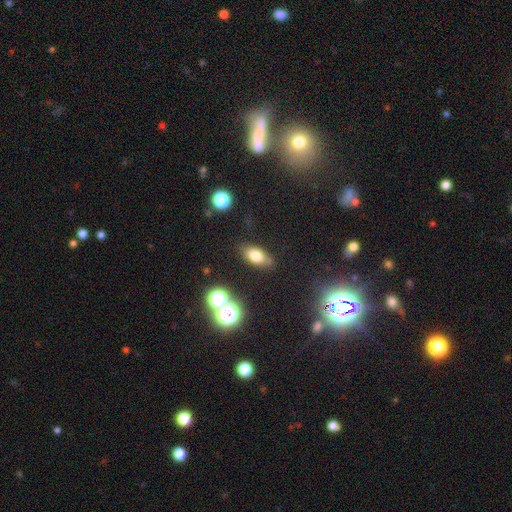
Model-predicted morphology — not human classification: smooth-or-featured: smooth: 72% | featured or disk: 15% | star or artifact: 13%
  how-rounded: in between: 82% | cigar-shaped: 9% | round: 9%
  merging: none: 79% | minor disturbance: 14% | major disturbance: 4% | merger: 3%